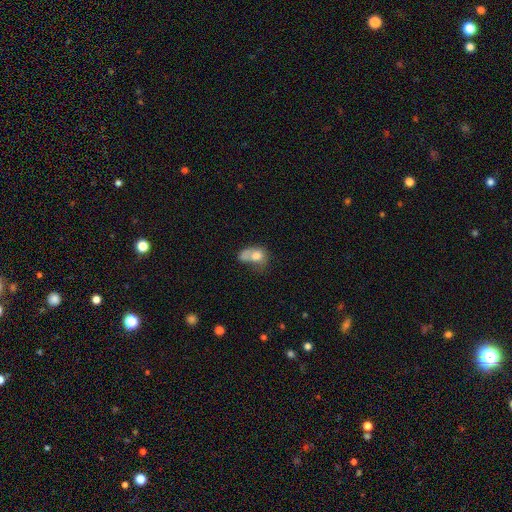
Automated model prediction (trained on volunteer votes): This appears to be a smooth galaxy with no disk features (68%) that is in between round and cigar-shaped (65%). Merging: merger (40%).